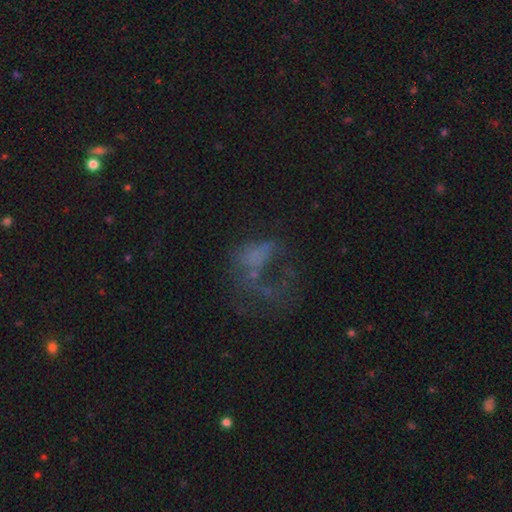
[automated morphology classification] type=featured or disk (43%); merging=major disturbance (53%).